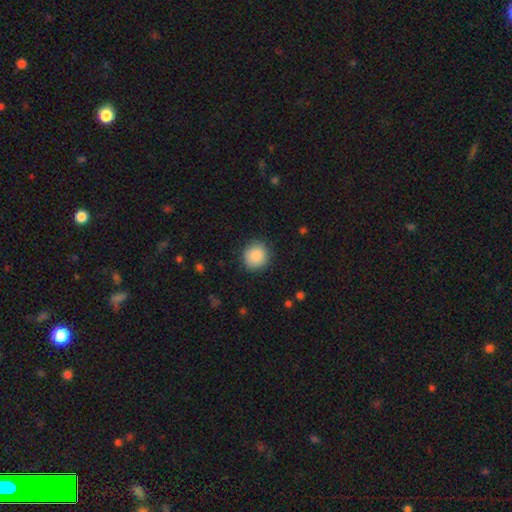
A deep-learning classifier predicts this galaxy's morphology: Smooth or featured: smooth — 88% (star or artifact — 8%)
How rounded: round — 90% (in between — 9%)
Merging: none — 88% (minor disturbance — 8%)